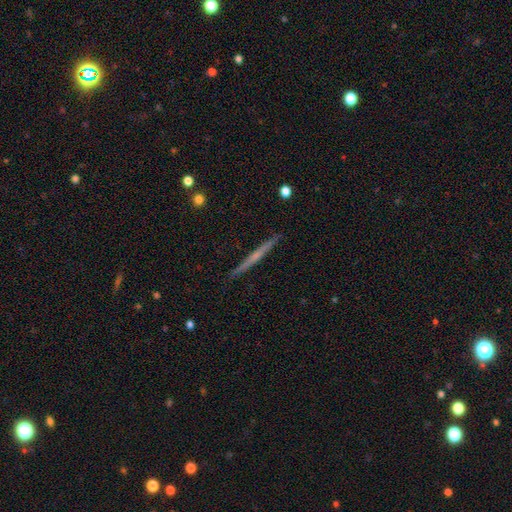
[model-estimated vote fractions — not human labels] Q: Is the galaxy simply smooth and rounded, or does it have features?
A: featured or disk — 65%.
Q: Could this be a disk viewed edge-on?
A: yes — 98%.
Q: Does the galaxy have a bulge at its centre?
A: none — 60%.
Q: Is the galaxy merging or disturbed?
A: none — 91%.